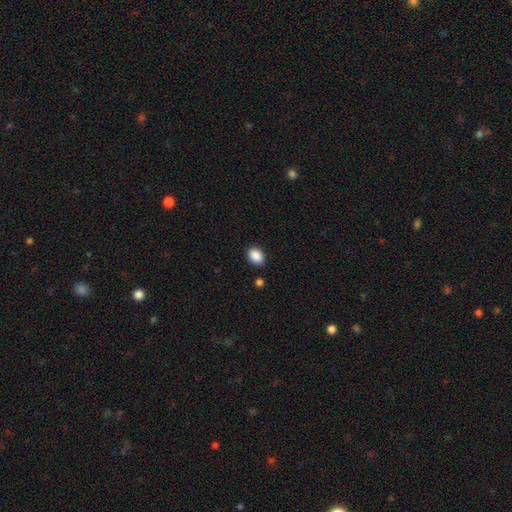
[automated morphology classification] The model was most divided on "how rounded": in between: 74%, round: 25%, cigar-shaped: 1%. More confident: smooth or featured — smooth (89%); merging — none (86%).